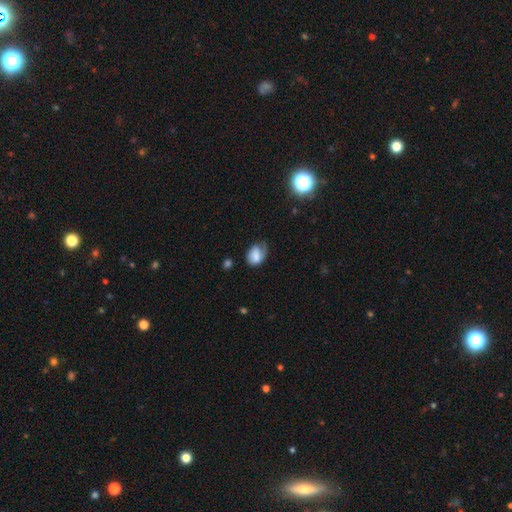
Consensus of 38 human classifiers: Morphology: type=smooth (76%); roundness=in between (79%); merging=minor disturbance (54%).